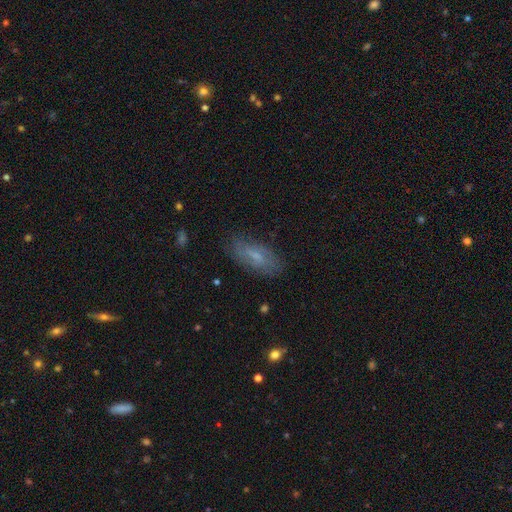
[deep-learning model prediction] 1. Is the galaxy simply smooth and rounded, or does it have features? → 51% smooth, 40% featured or disk, 9% star or artifact.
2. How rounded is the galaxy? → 75% in between, 22% cigar-shaped, 3% round.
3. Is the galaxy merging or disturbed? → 77% none, 17% minor disturbance, 5% major disturbance, 1% merger.